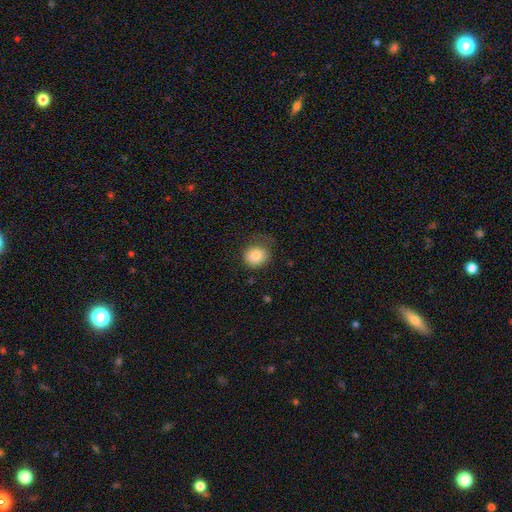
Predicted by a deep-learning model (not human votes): A smooth galaxy with no disk features (85%) that is round (75%).

Vote fractions:
- Smooth or featured? smooth: 85% / star or artifact: 9% / featured or disk: 6%
- How rounded? round: 75% / in between: 24% / cigar-shaped: 1%
- Merging? none: 64% / minor disturbance: 24% / major disturbance: 11% / merger: 1%